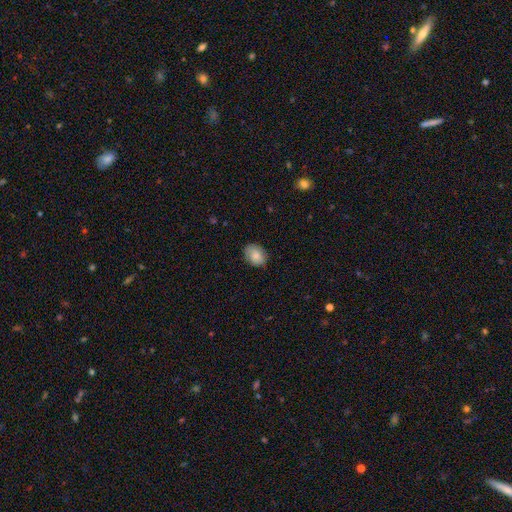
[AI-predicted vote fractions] This appears to be a smooth galaxy with no disk features (82%) that is in between round and cigar-shaped (53%). Merging: none (80%).